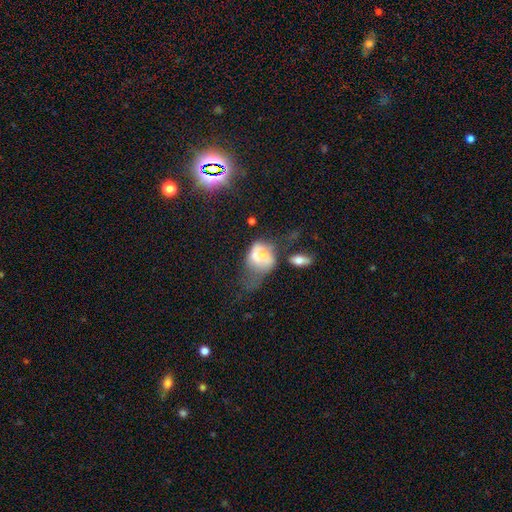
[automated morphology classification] Smooth or featured: smooth — 60% (featured or disk — 30%)
How rounded: in between — 64% (round — 34%)
Merging: major disturbance — 40% (merger — 27%)